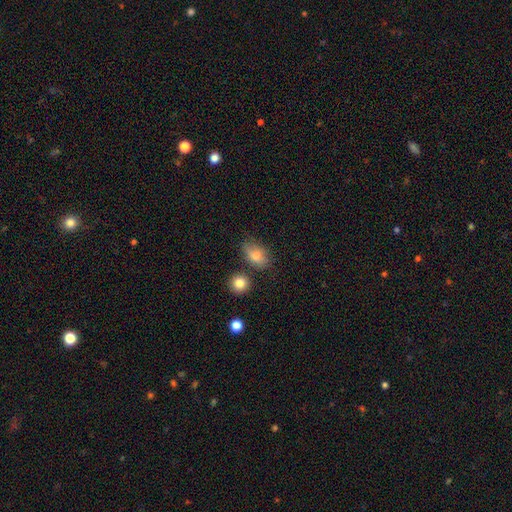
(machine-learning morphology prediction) Smooth or featured? smooth (82%)
How rounded? in between (81%)
Merging? none (64%)